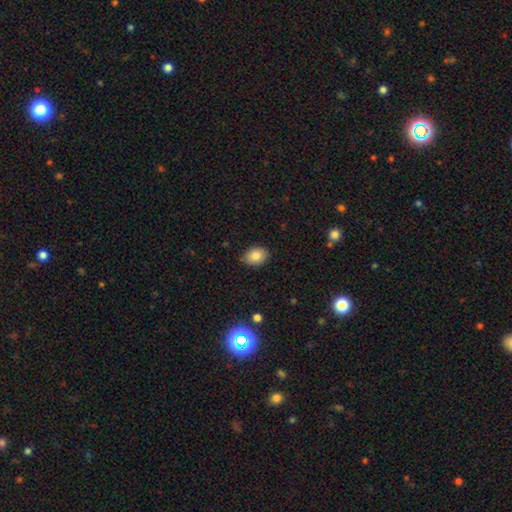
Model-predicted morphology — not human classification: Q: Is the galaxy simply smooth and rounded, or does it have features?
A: smooth — 82%.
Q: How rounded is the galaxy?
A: in between — 67%.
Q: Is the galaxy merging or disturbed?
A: none — 84%.